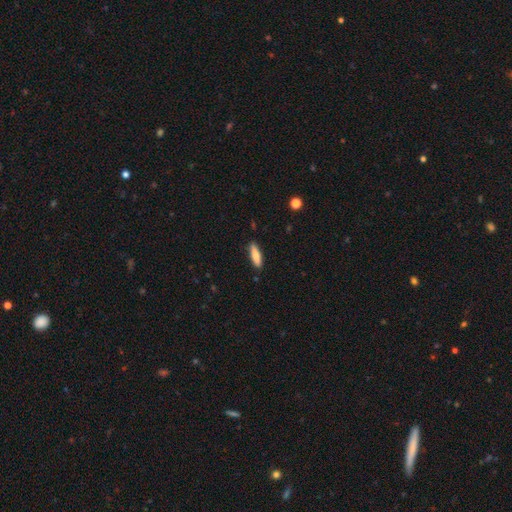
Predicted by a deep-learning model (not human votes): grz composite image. It shows a smooth galaxy with no disk features (78%) that is cigar-shaped (66%). Merging: none (87%).